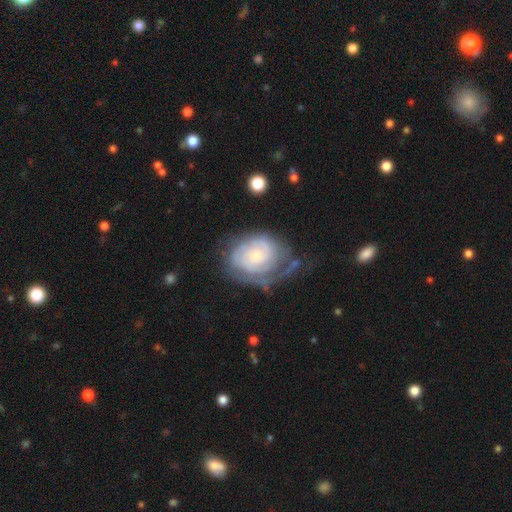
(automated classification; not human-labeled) Q: Smooth or featured?
A: featured or disk (75%); runner-up: smooth (19%)
Q: Edge-on disk?
A: no (98%); runner-up: yes (2%)
Q: Bar?
A: no (75%); runner-up: weak (21%)
Q: Spiral arms?
A: yes (87%); runner-up: no (13%)
Q: Spiral winding?
A: tight (69%); runner-up: medium (24%)
Q: Spiral arm count?
A: can't tell (46%); runner-up: 2 (27%)
Q: Bulge size?
A: small (62%); runner-up: moderate (25%)
Q: Merging?
A: none (48%); runner-up: minor disturbance (26%)